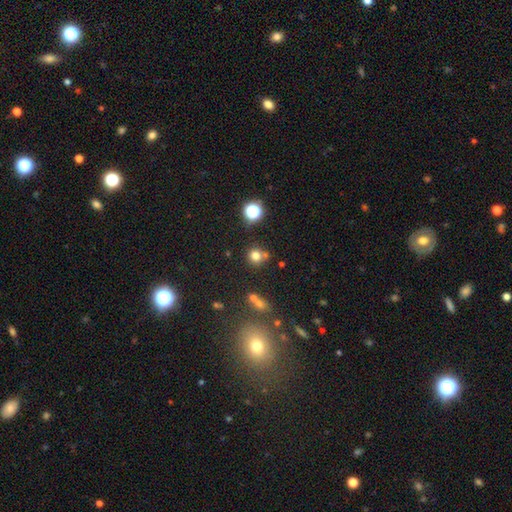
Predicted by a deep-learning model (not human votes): Smooth or featured?
  - smooth: 74% *
  - star or artifact: 18%
  - featured or disk: 7%
How rounded?
  - round: 89% *
  - in between: 10%
  - cigar-shaped: 1%
Merging?
  - none: 69% *
  - merger: 17%
  - minor disturbance: 10%
  - major disturbance: 4%